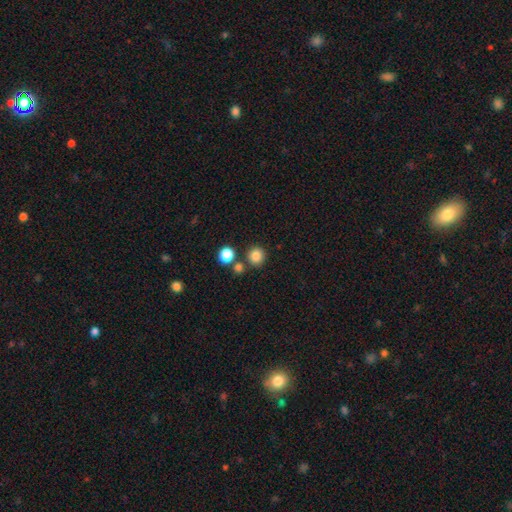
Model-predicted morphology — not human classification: A smooth galaxy with no disk features (83%) that is round (91%).

Vote fractions:
- Smooth or featured? smooth: 83% / star or artifact: 12% / featured or disk: 5%
- How rounded? round: 91% / in between: 8% / cigar-shaped: 1%
- Merging? none: 79% / merger: 11% / minor disturbance: 7% / major disturbance: 3%